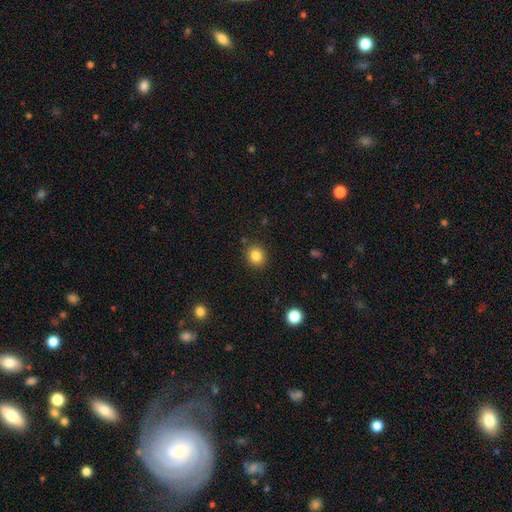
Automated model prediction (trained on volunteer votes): This appears to be a smooth galaxy with no disk features (84%) that is round (84%). Merging: none (88%).